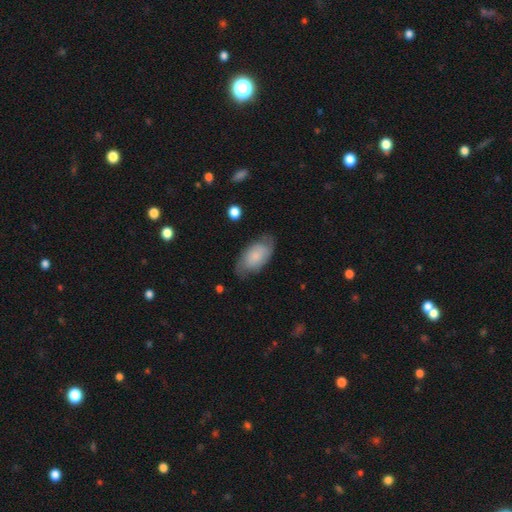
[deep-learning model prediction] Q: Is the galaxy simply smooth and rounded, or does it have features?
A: smooth — 66%.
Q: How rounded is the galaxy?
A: in between — 94%.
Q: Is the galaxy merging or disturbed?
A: none — 69%.